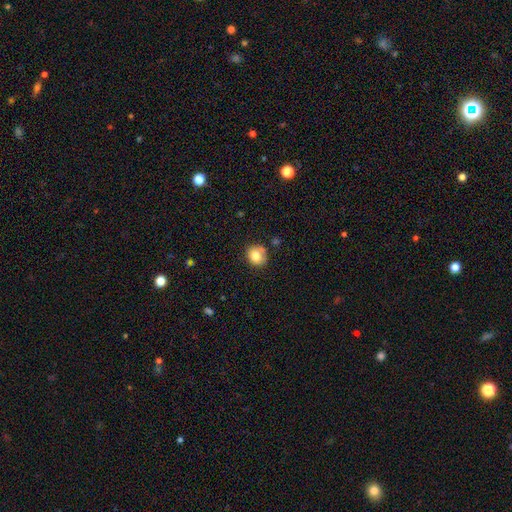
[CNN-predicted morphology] The model was most divided on "merging": none: 69%, minor disturbance: 19%, merger: 7%, major disturbance: 5%. More confident: smooth or featured — smooth (79%); how rounded — round (77%).